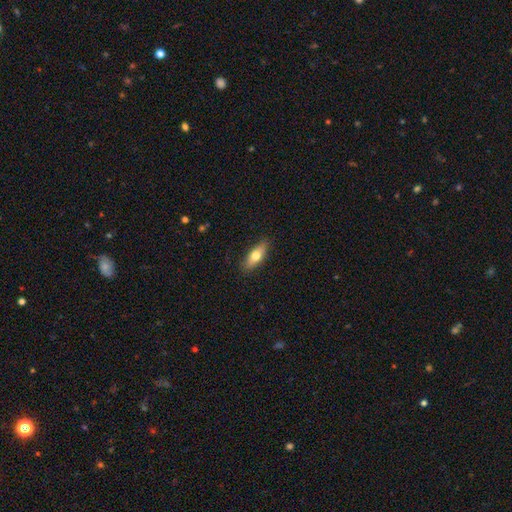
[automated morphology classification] Smooth or featured? Predicted: smooth (p=0.67). How rounded? Predicted: in between (p=0.65). Merging? Predicted: none (p=0.87).